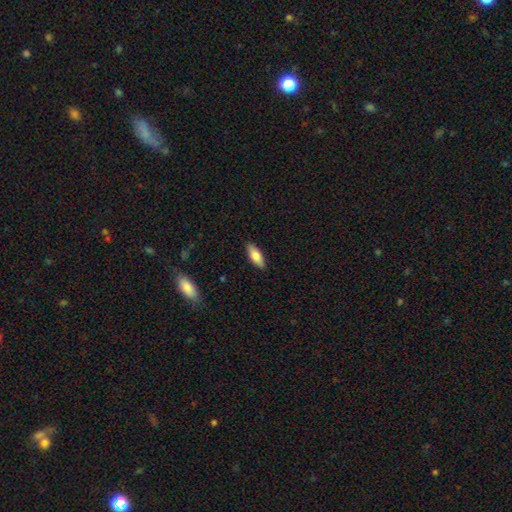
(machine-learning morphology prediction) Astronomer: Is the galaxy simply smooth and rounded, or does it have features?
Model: smooth — 79%.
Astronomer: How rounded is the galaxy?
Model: in between — 72%.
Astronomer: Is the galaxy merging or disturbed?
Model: none — 89%.